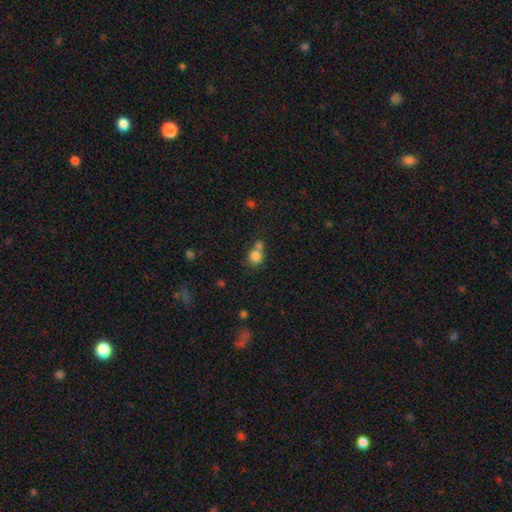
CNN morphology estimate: A smooth galaxy with no disk features (81%) that is round (82%).

Vote fractions:
- Smooth or featured? smooth: 81% / star or artifact: 11% / featured or disk: 8%
- How rounded? round: 82% / in between: 17% / cigar-shaped: 1%
- Merging? merger: 45% / none: 42% / minor disturbance: 9% / major disturbance: 4%